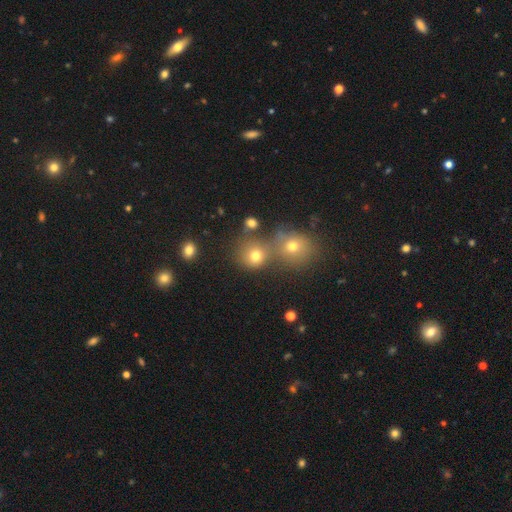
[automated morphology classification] Smooth or featured? smooth (74%)
How rounded? round (85%)
Merging? none (50%)